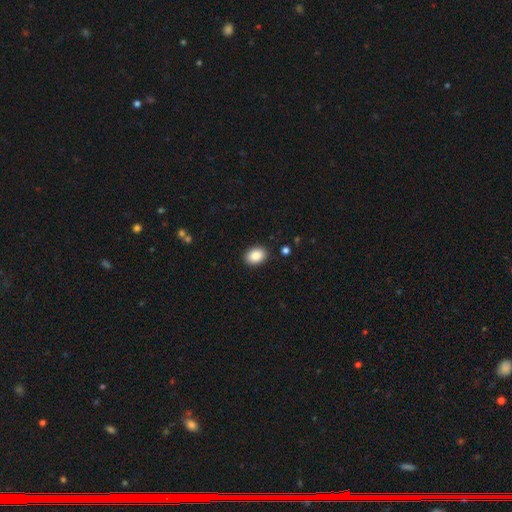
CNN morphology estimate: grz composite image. It shows a smooth galaxy with no disk features (88%) that is in between round and cigar-shaped (75%). Merging: none (89%).